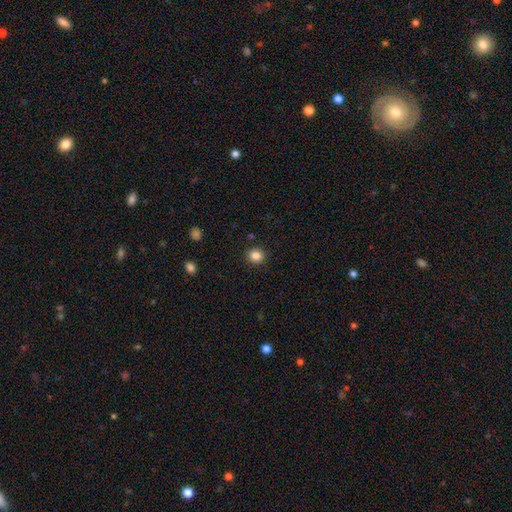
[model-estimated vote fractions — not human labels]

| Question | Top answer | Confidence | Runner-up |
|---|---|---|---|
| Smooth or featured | smooth | 84% | star or artifact (11%) |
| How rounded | round | 84% | in between (15%) |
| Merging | none | 91% | minor disturbance (6%) |